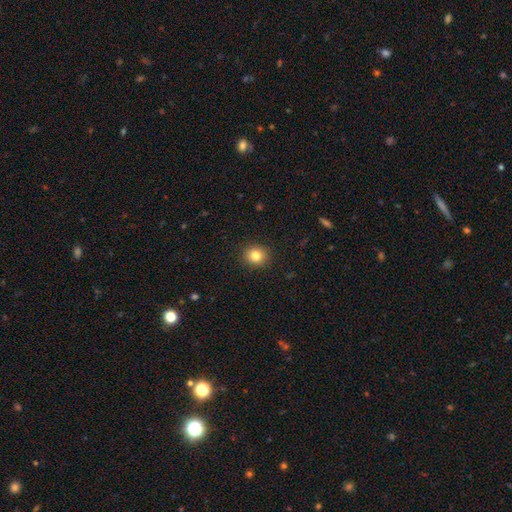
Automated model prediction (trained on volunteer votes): Q: Smooth or featured?
A: smooth (82%); runner-up: star or artifact (11%)
Q: How rounded?
A: round (80%); runner-up: in between (19%)
Q: Merging?
A: none (91%); runner-up: minor disturbance (6%)